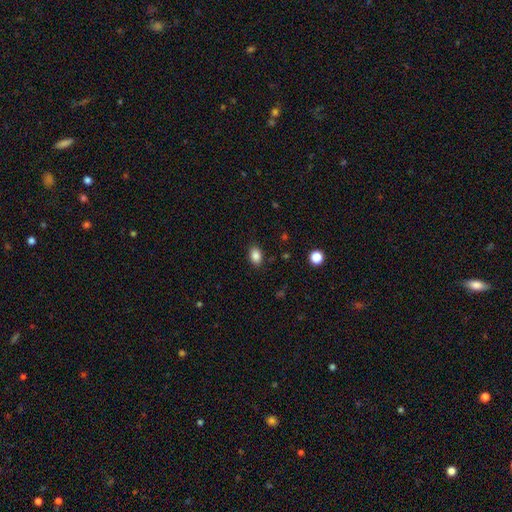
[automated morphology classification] Smooth or featured? Predicted: smooth (p=0.85). How rounded? Predicted: in between (p=0.81). Merging? Predicted: none (p=0.86).